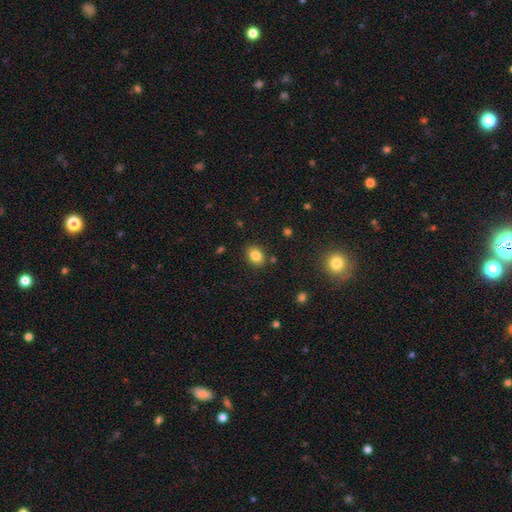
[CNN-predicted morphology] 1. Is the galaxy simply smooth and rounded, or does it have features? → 82% smooth, 11% star or artifact, 7% featured or disk.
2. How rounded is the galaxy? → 59% in between, 40% round, 1% cigar-shaped.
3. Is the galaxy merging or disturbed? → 85% none, 9% minor disturbance, 3% merger, 3% major disturbance.